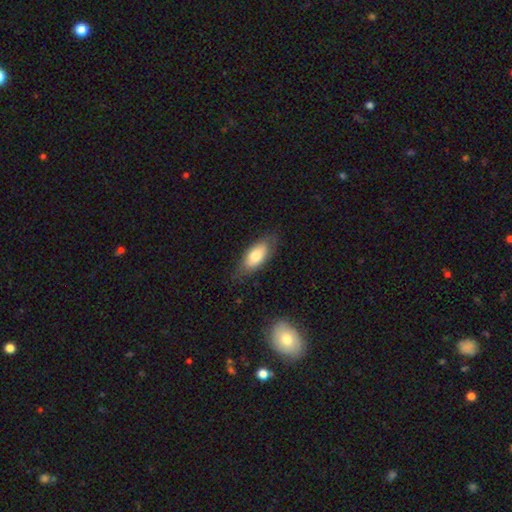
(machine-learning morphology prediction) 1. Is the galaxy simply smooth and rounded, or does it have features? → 73% smooth, 21% featured or disk, 6% star or artifact.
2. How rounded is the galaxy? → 87% in between, 10% cigar-shaped, 3% round.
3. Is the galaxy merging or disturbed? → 75% none, 18% minor disturbance, 5% major disturbance, 1% merger.